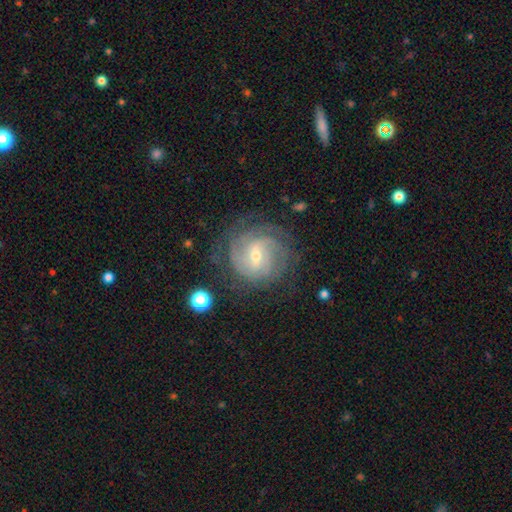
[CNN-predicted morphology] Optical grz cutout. It shows a featured or disk galaxy (84%) with a weak bar (58%), tight (62%) spiral arms (96%) and a small central bulge (56%). Merging: none (75%).